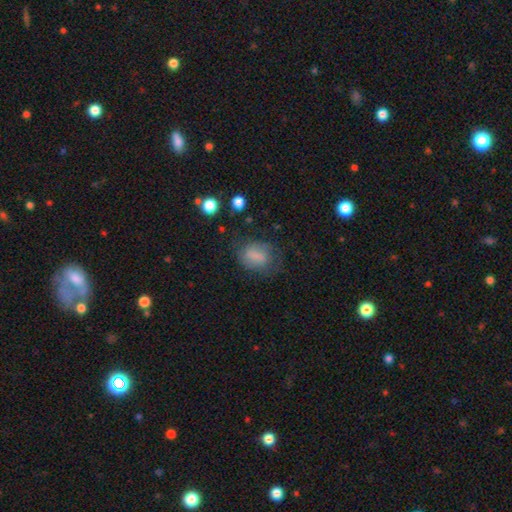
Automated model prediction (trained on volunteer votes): The model was most divided on "merging": none: 54%, minor disturbance: 25%, major disturbance: 18%, merger: 3%. More confident: how rounded — in between (70%); smooth or featured — smooth (70%).